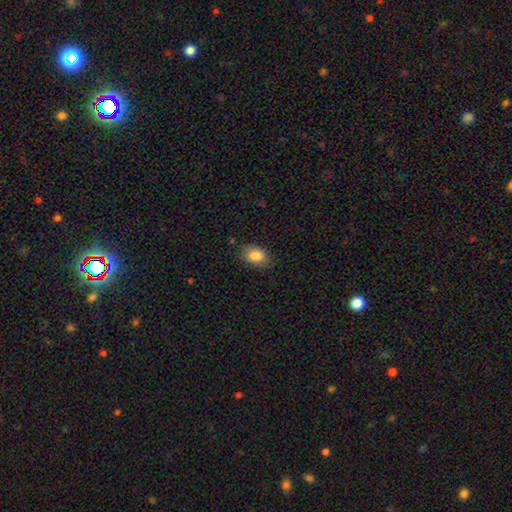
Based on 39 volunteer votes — Overall: smooth (77%). How rounded: in between (90%). Merging: none (78%).